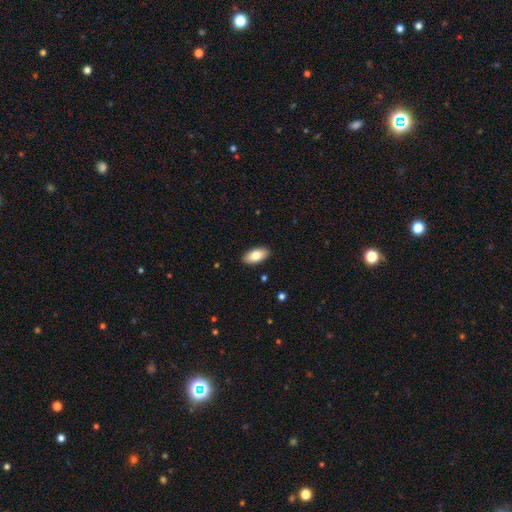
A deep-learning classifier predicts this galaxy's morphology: type=smooth (80%); roundness=in between (94%); merging=none (90%).